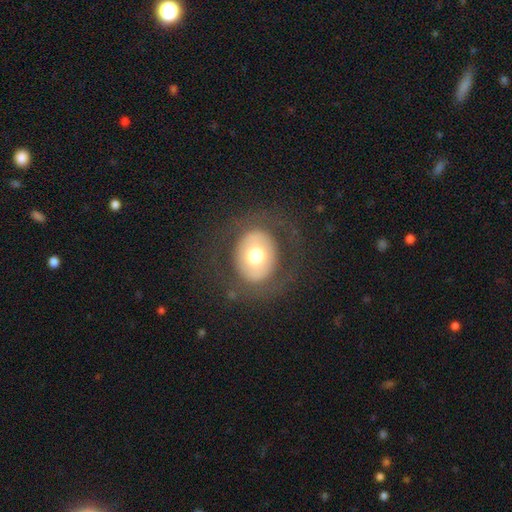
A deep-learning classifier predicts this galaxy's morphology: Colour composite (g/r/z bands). It shows a smooth galaxy with no disk features (56%) that is round (60%). Merging: none (78%).